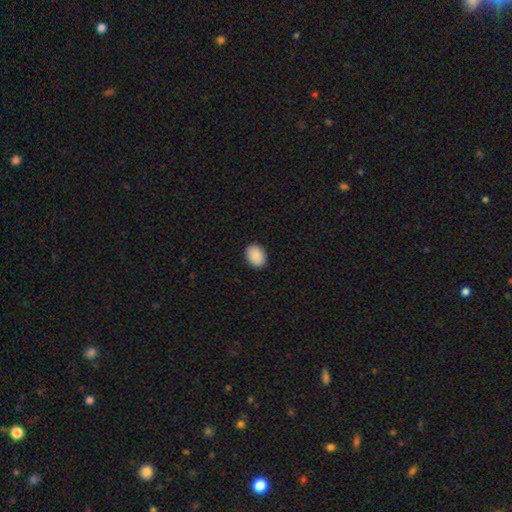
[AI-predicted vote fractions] Smooth or featured: smooth — 91% (star or artifact — 7%)
How rounded: in between — 68% (round — 31%)
Merging: none — 90% (minor disturbance — 7%)